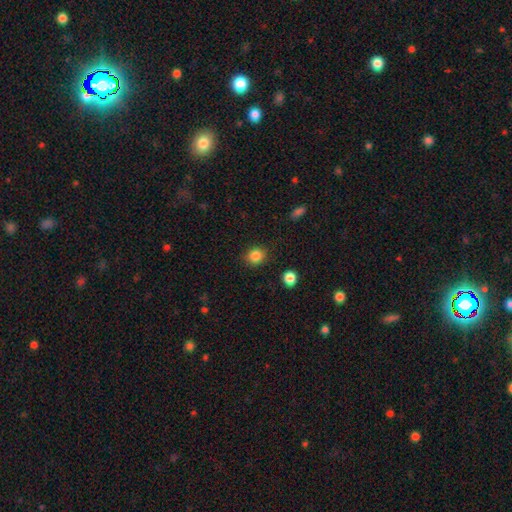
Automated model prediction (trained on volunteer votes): A smooth galaxy with no disk features (85%) that is round (79%). Merging: none (88%).